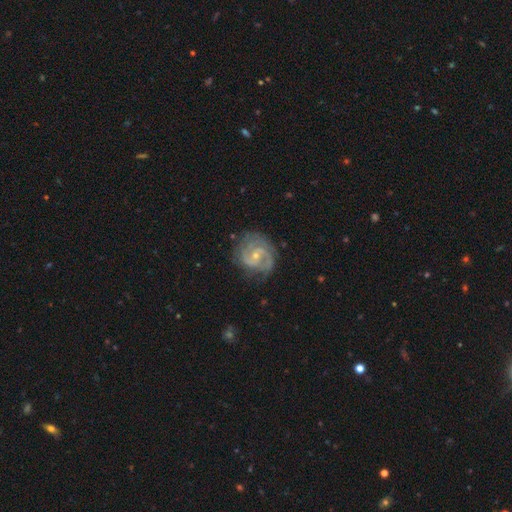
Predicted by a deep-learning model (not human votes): Q: Smooth or featured?
A: featured or disk (89%); runner-up: smooth (6%)
Q: Edge-on disk?
A: no (98%); runner-up: yes (2%)
Q: Bar?
A: no (51%); runner-up: weak (40%)
Q: Spiral arms?
A: yes (97%); runner-up: no (3%)
Q: Spiral winding?
A: tight (47%); runner-up: medium (44%)
Q: Spiral arm count?
A: 2 (63%); runner-up: 3 (16%)
Q: Bulge size?
A: small (70%); runner-up: moderate (27%)
Q: Merging?
A: none (73%); runner-up: minor disturbance (19%)